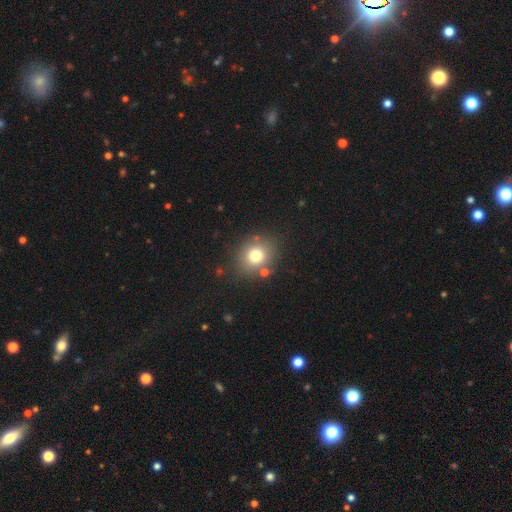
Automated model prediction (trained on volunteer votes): A smooth galaxy with no disk features (75%) that is round (75%). Merging: none (81%).